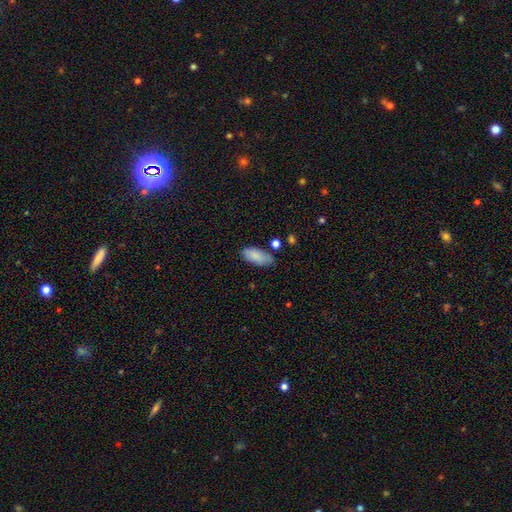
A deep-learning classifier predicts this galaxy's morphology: This appears to be a smooth galaxy with no disk features (85%) that is in between round and cigar-shaped (90%). Merging: none (69%).